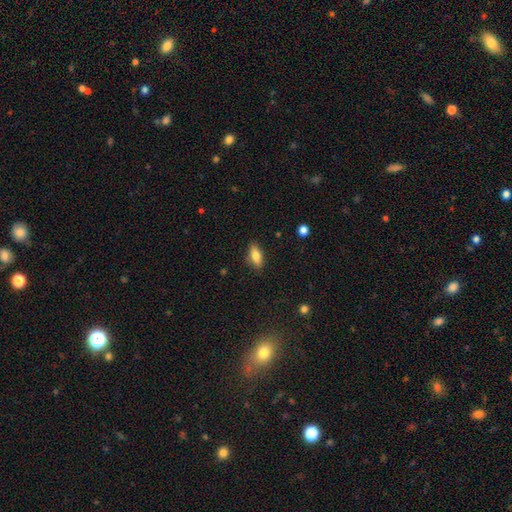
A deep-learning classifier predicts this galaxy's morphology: smooth_or_featured: smooth (p=0.80) [alt: featured or disk p=0.12]
how_rounded: in between (p=0.80) [alt: cigar-shaped p=0.17]
merging: none (p=0.85) [alt: minor disturbance p=0.11]